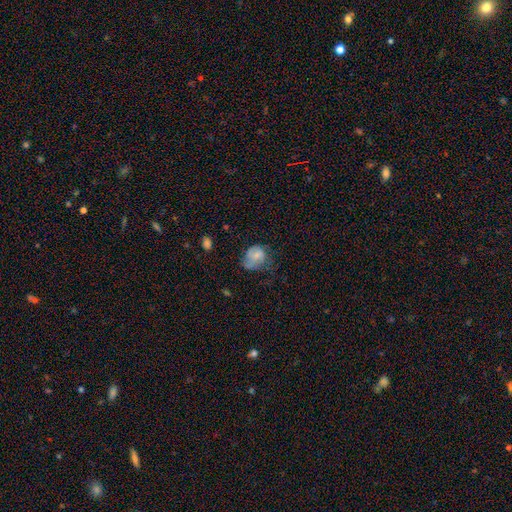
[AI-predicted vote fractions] Smooth or featured? smooth (63%)
How rounded? in between (52%)
Merging? none (35%)